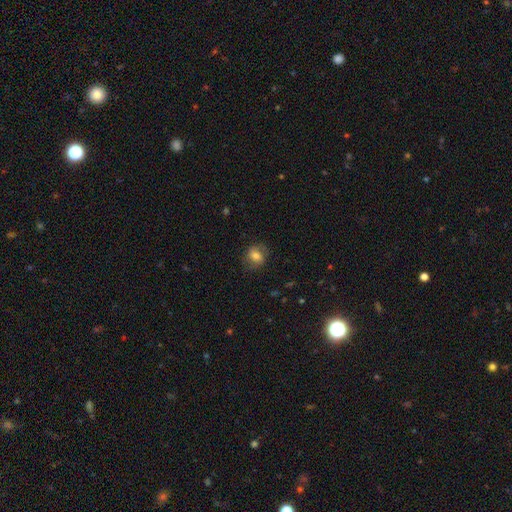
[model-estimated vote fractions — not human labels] A smooth galaxy with no disk features (59%) that is round (62%). Merging: none (74%).